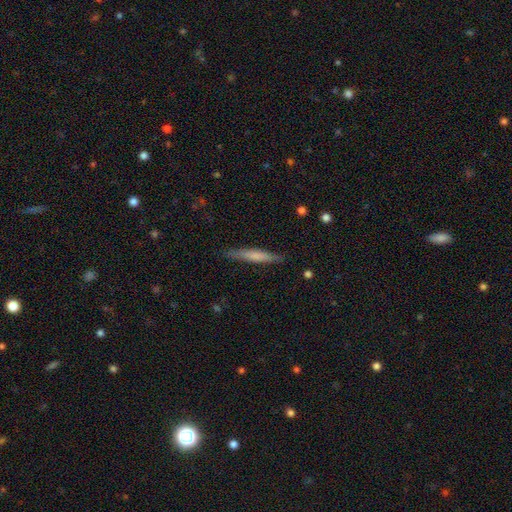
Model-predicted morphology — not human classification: Smooth or featured: smooth — 61% (featured or disk — 33%)
How rounded: cigar-shaped — 94% (in between — 4%)
Merging: none — 88% (minor disturbance — 9%)